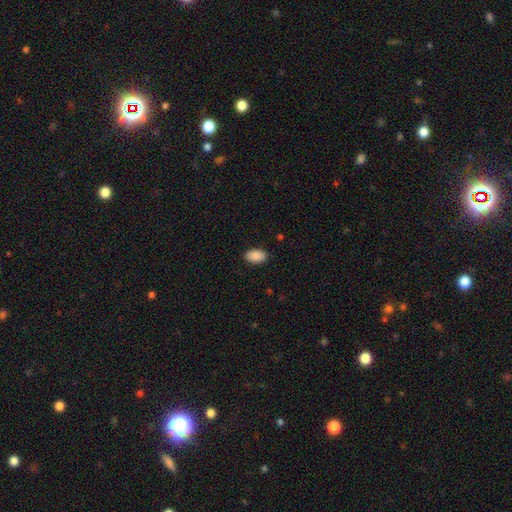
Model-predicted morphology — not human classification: Smooth or featured?
  - smooth: 91% *
  - star or artifact: 7%
  - featured or disk: 3%
How rounded?
  - in between: 94% *
  - round: 4%
  - cigar-shaped: 2%
Merging?
  - none: 89% *
  - minor disturbance: 8%
  - major disturbance: 2%
  - merger: 1%